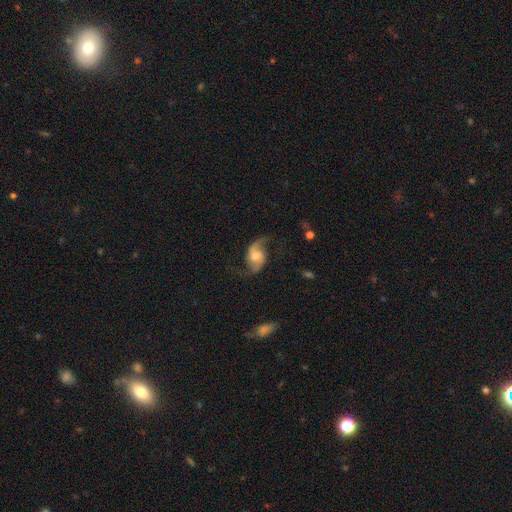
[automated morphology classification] Q: Smooth or featured?
A: featured or disk (84%); runner-up: smooth (10%)
Q: Edge-on disk?
A: no (97%); runner-up: yes (3%)
Q: Bar?
A: weak (45%); runner-up: no (43%)
Q: Spiral arms?
A: yes (96%); runner-up: no (4%)
Q: Spiral winding?
A: loose (69%); runner-up: medium (26%)
Q: Spiral arm count?
A: 2 (93%); runner-up: 1 (2%)
Q: Bulge size?
A: moderate (57%); runner-up: small (25%)
Q: Merging?
A: none (72%); runner-up: minor disturbance (16%)